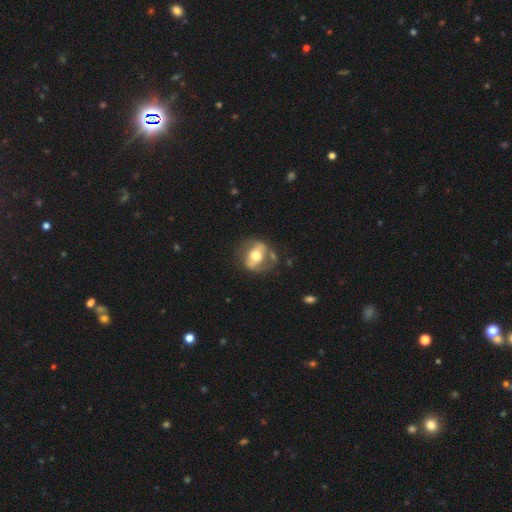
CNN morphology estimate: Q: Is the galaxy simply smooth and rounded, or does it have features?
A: featured or disk — 61%.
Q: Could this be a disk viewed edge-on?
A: no — 83%.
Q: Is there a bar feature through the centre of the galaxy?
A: strong — 49%.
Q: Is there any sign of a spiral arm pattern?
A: no — 70%.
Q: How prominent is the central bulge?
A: moderate — 65%.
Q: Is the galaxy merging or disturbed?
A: none — 64%.